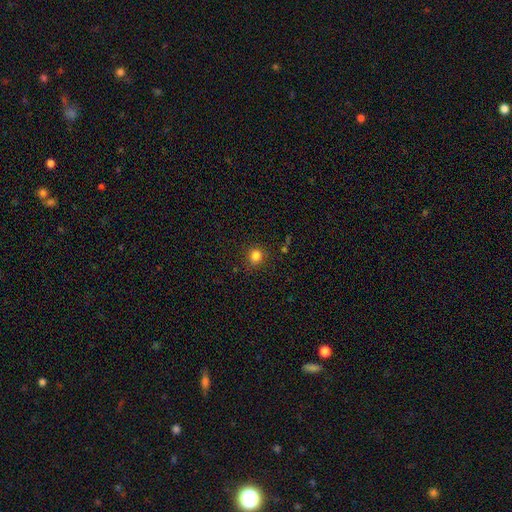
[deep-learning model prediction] Smooth or featured? Predicted: smooth (p=0.82). How rounded? Predicted: round (p=0.85). Merging? Predicted: none (p=0.86).